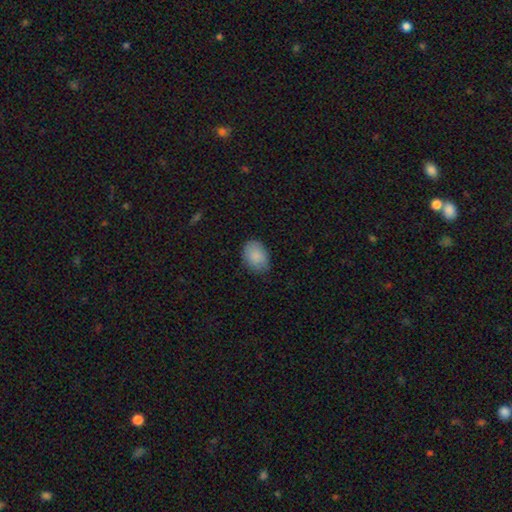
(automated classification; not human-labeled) Smooth or featured: smooth — 87% (star or artifact — 7%)
How rounded: in between — 74% (round — 25%)
Merging: none — 81% (minor disturbance — 15%)